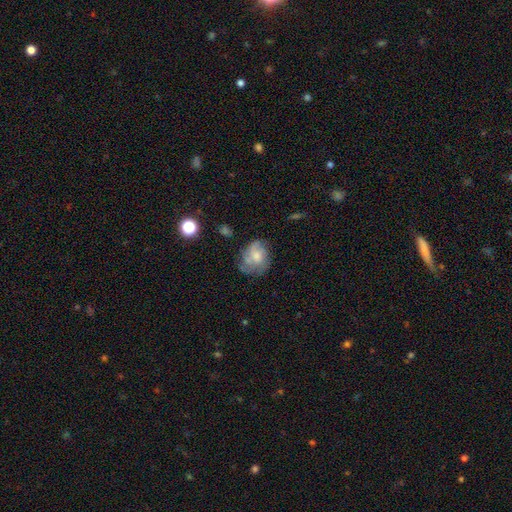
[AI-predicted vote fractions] Smooth or featured: featured or disk — 48% (smooth — 43%)
Merging: none — 54% (minor disturbance — 26%)